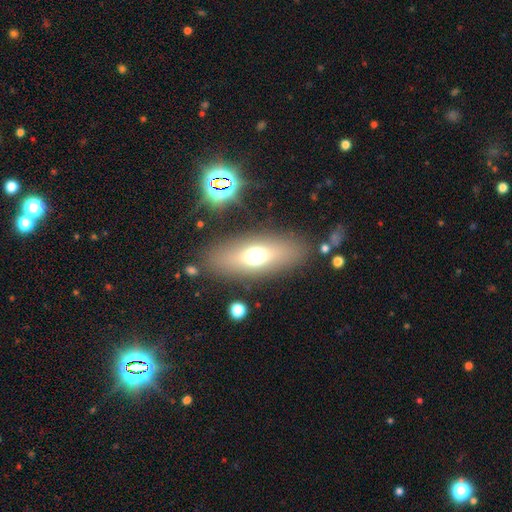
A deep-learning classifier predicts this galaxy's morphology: smooth 61%, featured or disk 25%, star or artifact 14%. Down the decision tree: how rounded — in between (74%); merging — none (83%).